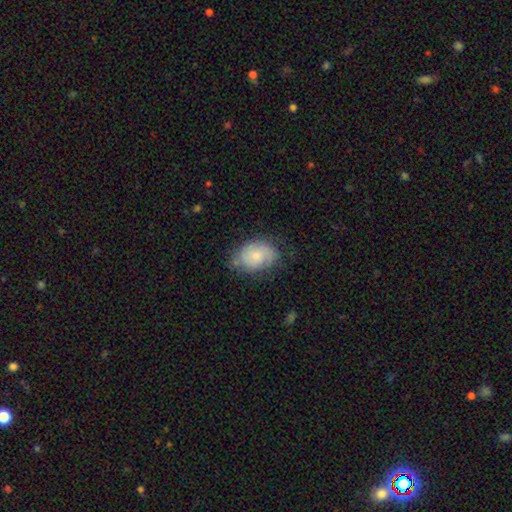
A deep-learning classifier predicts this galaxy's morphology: Smooth or featured? smooth (55%)
How rounded? in between (76%)
Merging? none (63%)